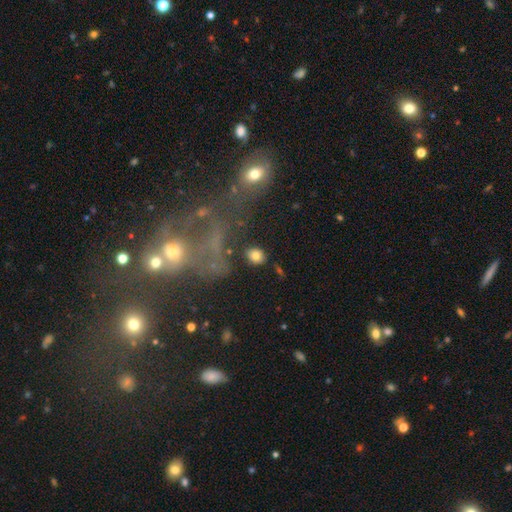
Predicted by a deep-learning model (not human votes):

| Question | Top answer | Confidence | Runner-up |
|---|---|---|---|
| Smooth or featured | smooth | 78% | featured or disk (11%) |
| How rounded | round | 53% | in between (45%) |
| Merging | none | 79% | minor disturbance (12%) |